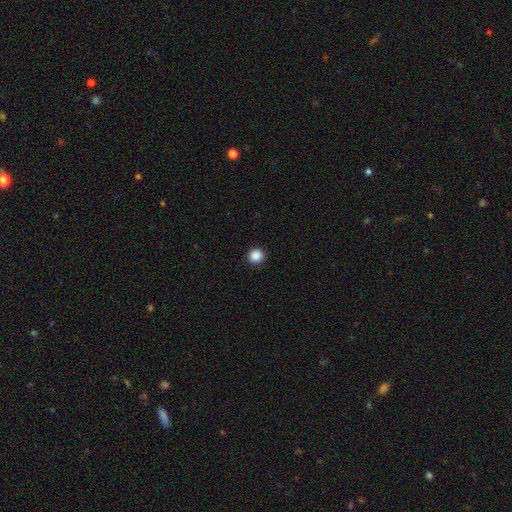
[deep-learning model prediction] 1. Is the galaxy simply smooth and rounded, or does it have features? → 88% smooth, 10% star or artifact, 2% featured or disk.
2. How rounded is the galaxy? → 94% round, 6% in between, 1% cigar-shaped.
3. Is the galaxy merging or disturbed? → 92% none, 5% minor disturbance, 2% major disturbance, 1% merger.